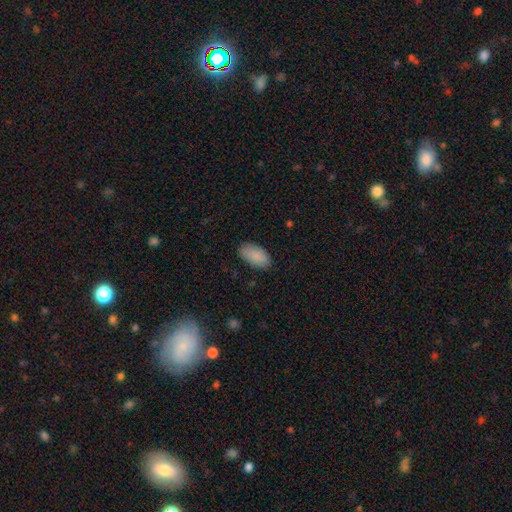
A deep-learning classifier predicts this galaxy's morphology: type=smooth (89%); roundness=in between (94%); merging=none (84%).